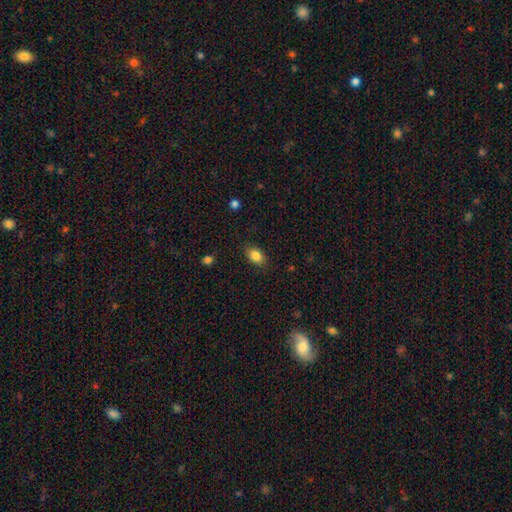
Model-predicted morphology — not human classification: type=smooth (86%); roundness=in between (80%); merging=none (84%).